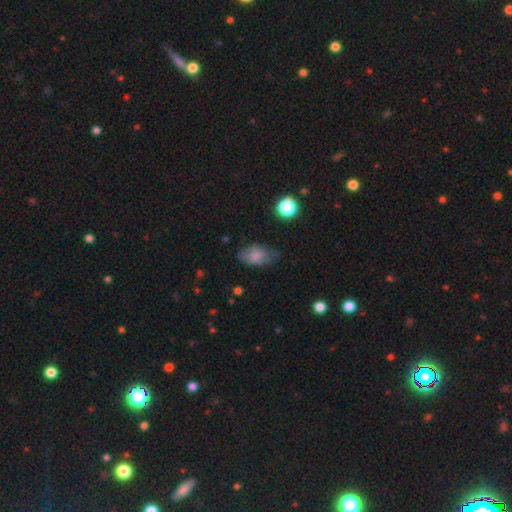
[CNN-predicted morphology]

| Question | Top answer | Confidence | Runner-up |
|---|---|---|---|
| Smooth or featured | smooth | 74% | featured or disk (17%) |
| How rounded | in between | 89% | round (9%) |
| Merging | none | 55% | minor disturbance (32%) |